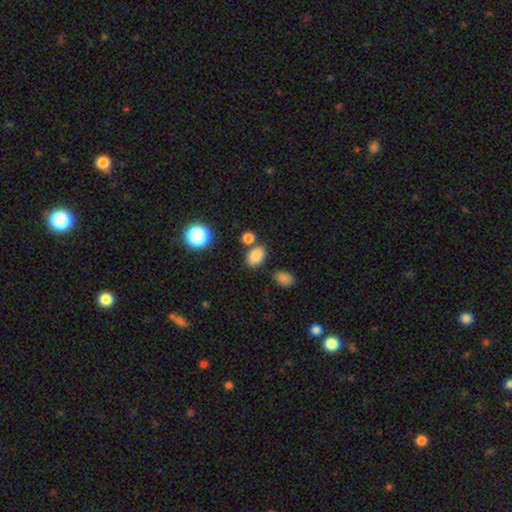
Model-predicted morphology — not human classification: The model was most divided on "how rounded": in between: 77%, round: 22%, cigar-shaped: 1%. More confident: smooth or featured — smooth (83%); merging — none (71%).